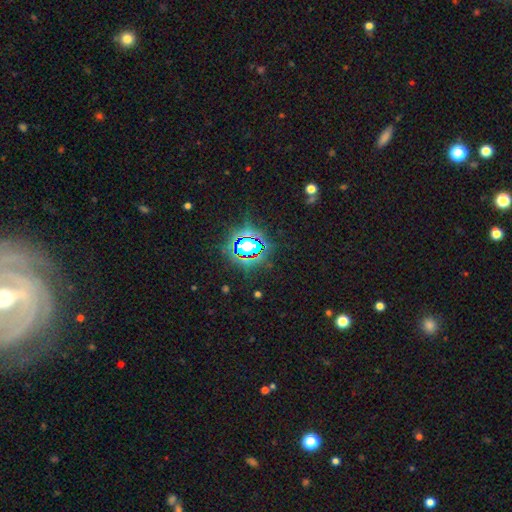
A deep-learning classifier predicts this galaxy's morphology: type=star or artifact (79%).